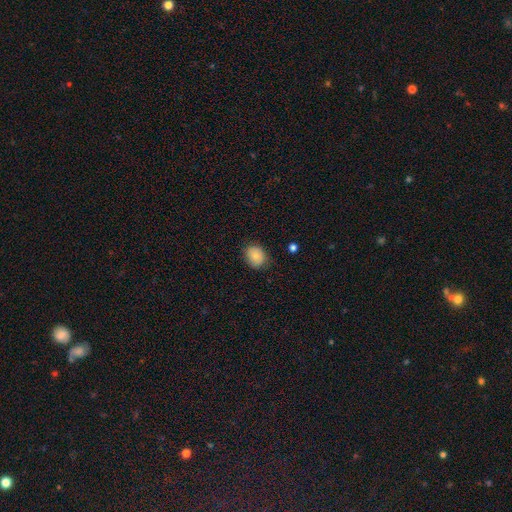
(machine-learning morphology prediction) The model was most divided on "how rounded": round: 52%, in between: 47%, cigar-shaped: 1%. More confident: smooth or featured — smooth (83%); merging — none (78%).